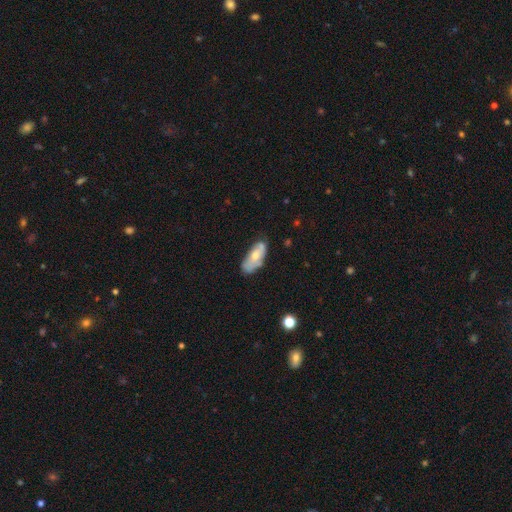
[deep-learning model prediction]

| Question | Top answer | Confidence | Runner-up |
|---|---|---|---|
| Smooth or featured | smooth | 57% | featured or disk (36%) |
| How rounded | in between | 82% | cigar-shaped (15%) |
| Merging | none | 53% | minor disturbance (32%) |